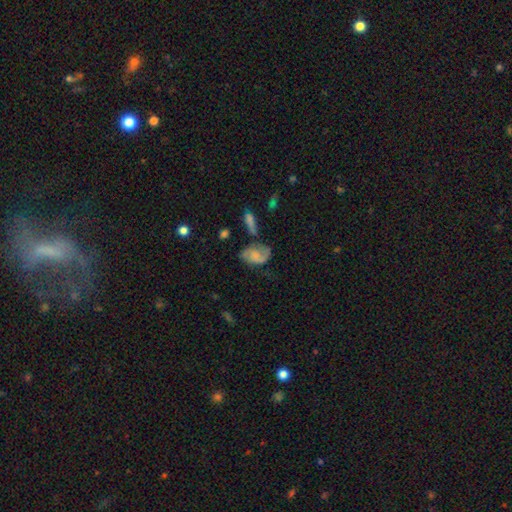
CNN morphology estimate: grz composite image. It shows a featured or disk galaxy (58%) with no bar (65%), spiral arms (87%) and no central bulge (50%). Merging: none (50%).